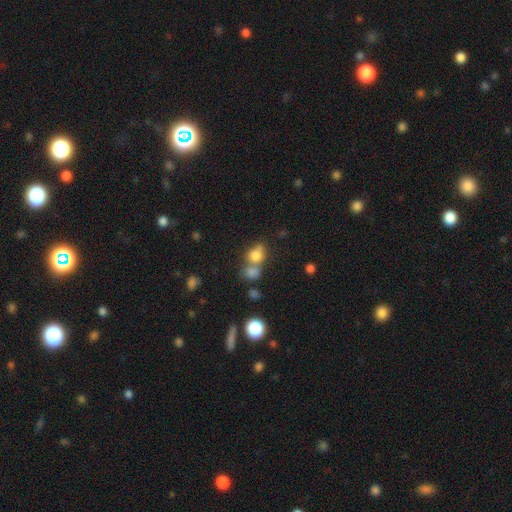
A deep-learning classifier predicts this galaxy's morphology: Smooth or featured?
  - smooth: 77% *
  - star or artifact: 13%
  - featured or disk: 10%
How rounded?
  - round: 56% *
  - in between: 42%
  - cigar-shaped: 2%
Merging?
  - merger: 45% *
  - none: 37%
  - minor disturbance: 11%
  - major disturbance: 6%